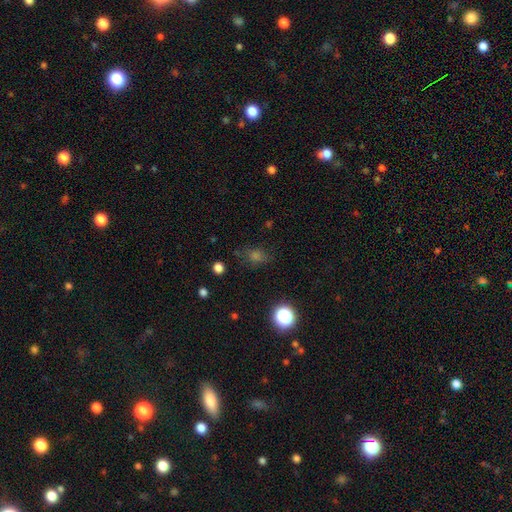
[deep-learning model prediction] smooth_or_featured: smooth (p=0.56) [alt: star or artifact p=0.33]
how_rounded: round (p=0.50) [alt: in between p=0.48]
merging: none (p=0.75) [alt: minor disturbance p=0.16]